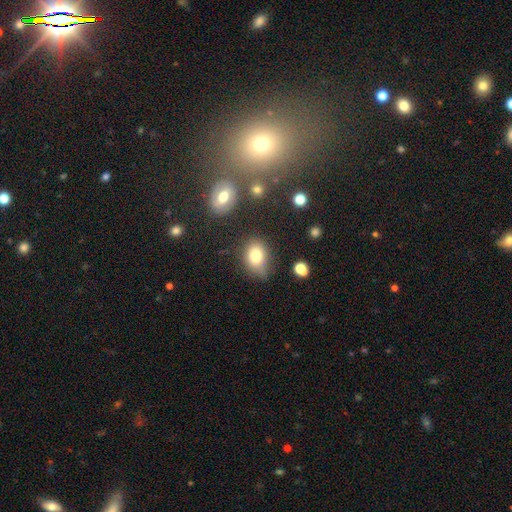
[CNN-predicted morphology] Q: Smooth or featured?
A: smooth (79%); runner-up: star or artifact (11%)
Q: How rounded?
A: in between (66%); runner-up: round (32%)
Q: Merging?
A: none (62%); runner-up: minor disturbance (25%)